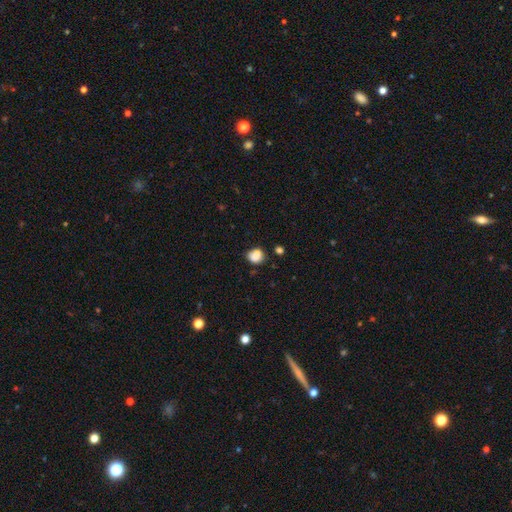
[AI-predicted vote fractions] Smooth or featured? smooth (82%)
How rounded? round (70%)
Merging? none (60%)